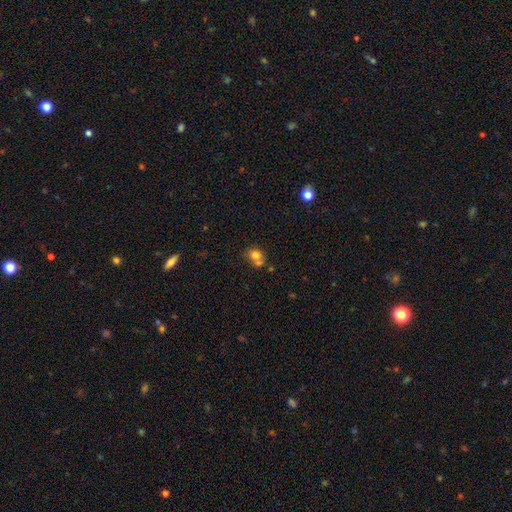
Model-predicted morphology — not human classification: A smooth galaxy with no disk features (74%) that is round (57%).

Vote fractions:
- Smooth or featured? smooth: 74% / featured or disk: 14% / star or artifact: 12%
- How rounded? round: 57% / in between: 42% / cigar-shaped: 1%
- Merging? merger: 43% / none: 38% / minor disturbance: 13% / major disturbance: 6%